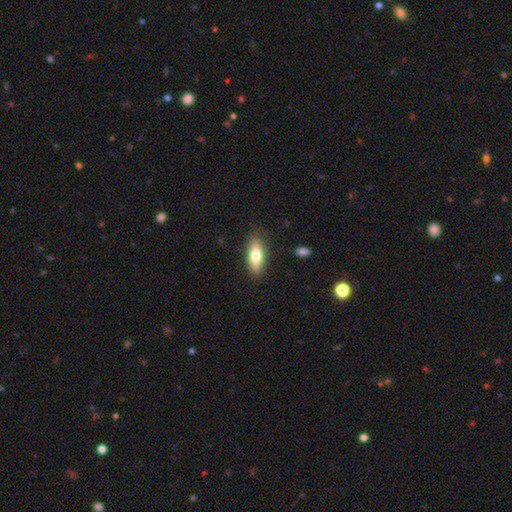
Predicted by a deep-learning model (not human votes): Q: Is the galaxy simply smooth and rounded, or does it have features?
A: smooth — 68%.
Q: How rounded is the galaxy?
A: in between — 63%.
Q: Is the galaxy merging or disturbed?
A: none — 85%.